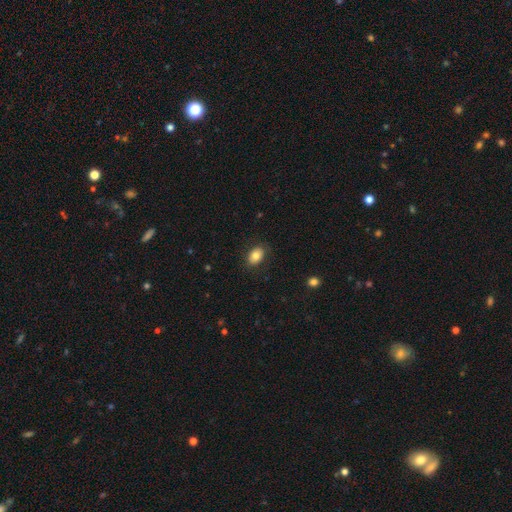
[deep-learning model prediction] Overall: smooth (83%). How rounded: in between (80%). Merging: none (84%).